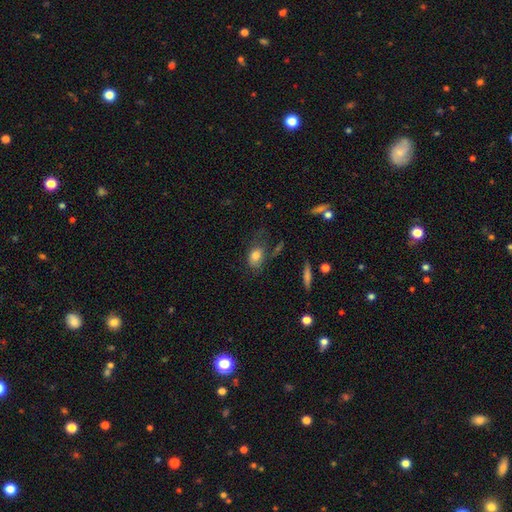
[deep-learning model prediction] Smooth or featured? smooth (78%)
How rounded? in between (78%)
Merging? none (45%)